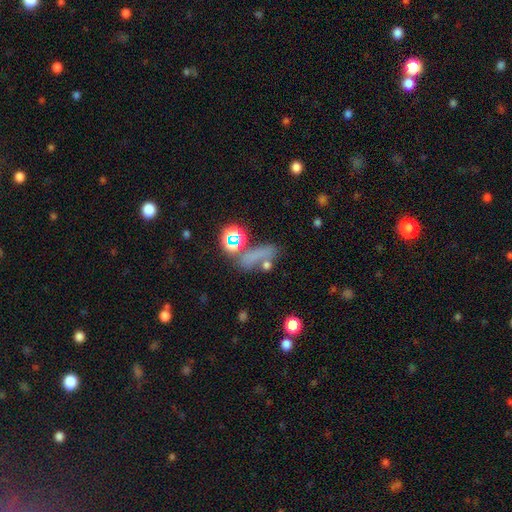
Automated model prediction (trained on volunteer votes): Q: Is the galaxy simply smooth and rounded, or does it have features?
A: smooth — 54%.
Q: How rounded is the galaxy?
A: cigar-shaped — 38%.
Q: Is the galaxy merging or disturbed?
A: none — 54%.